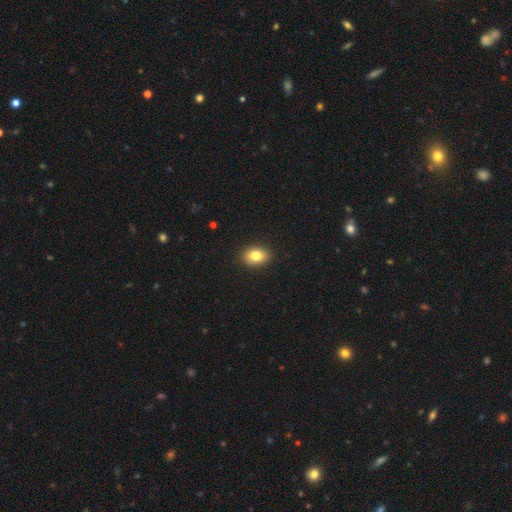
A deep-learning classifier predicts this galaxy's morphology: This appears to be a smooth galaxy with no disk features (81%) that is in between round and cigar-shaped (70%). Merging: none (89%).